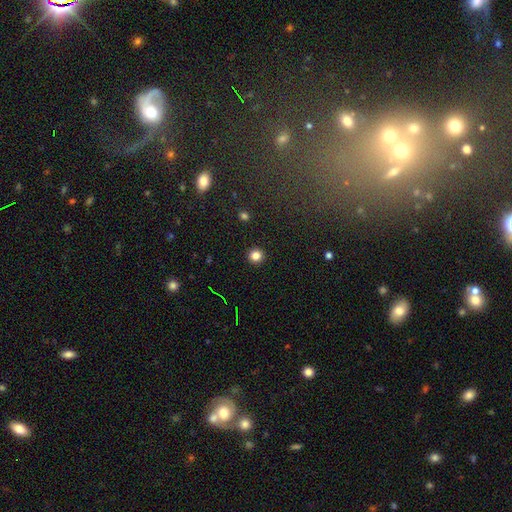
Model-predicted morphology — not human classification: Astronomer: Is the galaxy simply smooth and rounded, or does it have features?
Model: smooth — 82%.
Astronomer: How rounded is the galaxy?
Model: round — 93%.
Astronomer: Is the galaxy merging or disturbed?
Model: none — 93%.